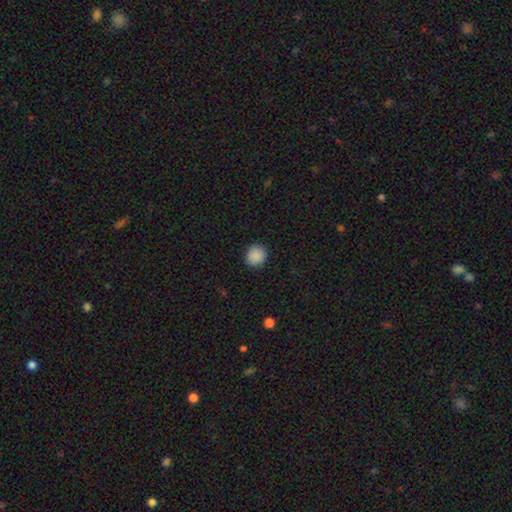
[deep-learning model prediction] A smooth galaxy with no disk features (89%) that is round (88%). Merging: none (91%).